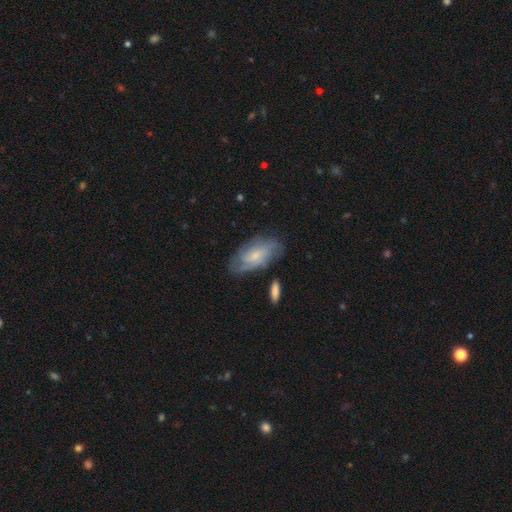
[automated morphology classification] A featured or disk galaxy (57%) with no bar (61%), spiral arms (82%) and a small central bulge (62%).

Vote fractions:
- Smooth or featured? featured or disk: 57% / smooth: 36% / star or artifact: 7%
- Edge-on disk? no: 92% / yes: 8%
- Bar? no: 61% / weak: 33% / strong: 6%
- Spiral arms? yes: 82% / no: 18%
- Bulge size? small: 62% / moderate: 28% / none: 6% / large: 2% / dominant: 1%
- Merging? none: 67% / minor disturbance: 22% / major disturbance: 8% / merger: 4%